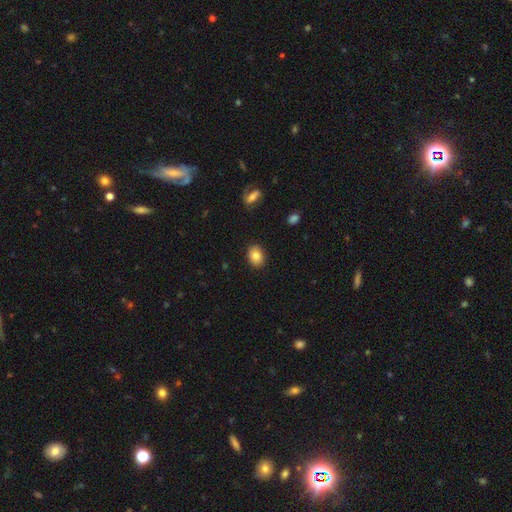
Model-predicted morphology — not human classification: Smooth or featured: smooth — 83% (star or artifact — 8%)
How rounded: in between — 70% (round — 29%)
Merging: none — 89% (minor disturbance — 8%)